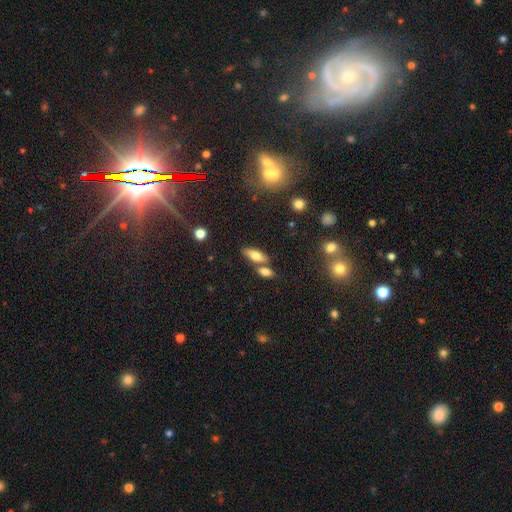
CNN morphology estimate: type=smooth (68%); roundness=in between (73%); merging=none (59%).